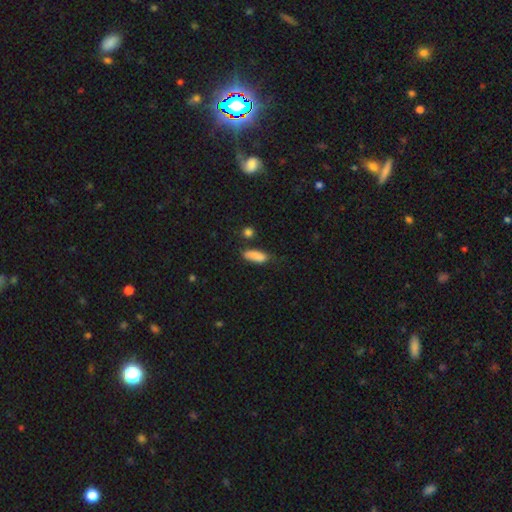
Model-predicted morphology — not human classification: The model was most divided on "merging": none: 63%, minor disturbance: 26%, major disturbance: 6%, merger: 6%. More confident: smooth or featured — smooth (85%); how rounded — in between (74%).